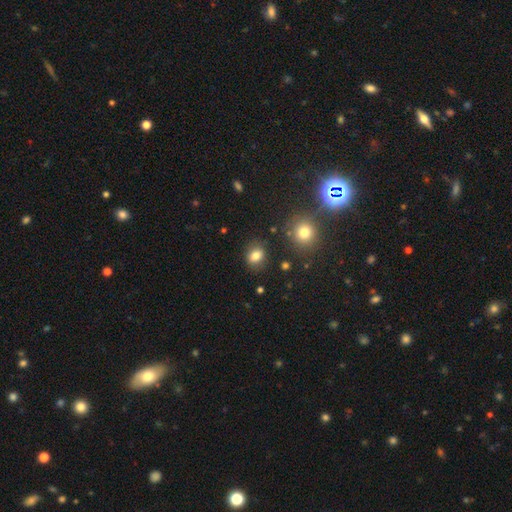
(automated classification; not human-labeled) A smooth galaxy with no disk features (81%) that is in between round and cigar-shaped (53%).

Vote fractions:
- Smooth or featured? smooth: 81% / star or artifact: 12% / featured or disk: 7%
- How rounded? in between: 53% / round: 45% / cigar-shaped: 1%
- Merging? none: 82% / minor disturbance: 12% / major disturbance: 4% / merger: 3%